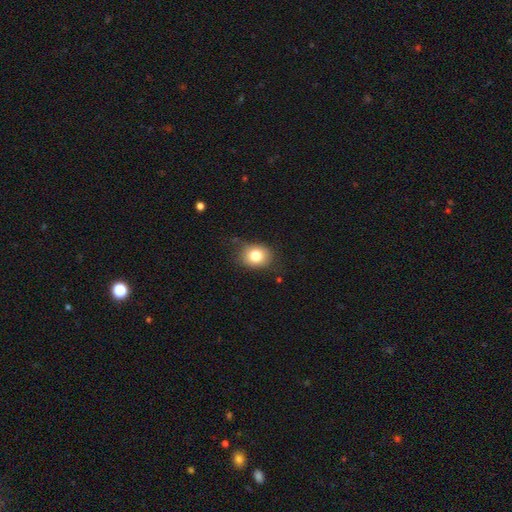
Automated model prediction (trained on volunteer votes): Smooth or featured: smooth — 79% (featured or disk — 11%)
How rounded: round — 56% (in between — 43%)
Merging: none — 74% (minor disturbance — 19%)